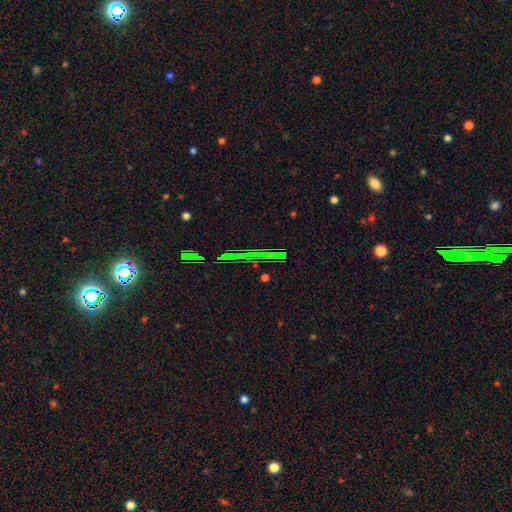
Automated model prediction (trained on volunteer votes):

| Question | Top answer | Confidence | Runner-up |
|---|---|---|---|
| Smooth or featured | star or artifact | 66% | smooth (18%) |